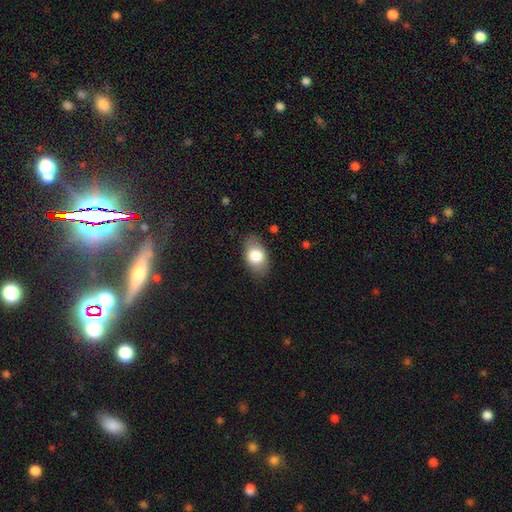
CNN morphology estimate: smooth_or_featured: smooth (p=0.78) [alt: featured or disk p=0.14]
how_rounded: in between (p=0.89) [alt: round p=0.09]
merging: none (p=0.83) [alt: minor disturbance p=0.12]